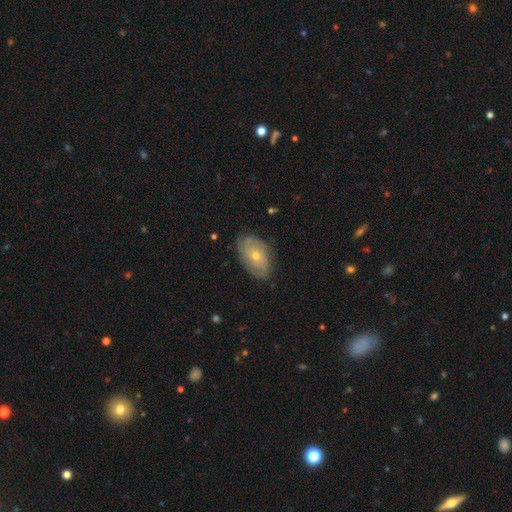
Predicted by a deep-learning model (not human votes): smooth_or_featured: featured or disk (p=0.61) [alt: smooth p=0.31]
disk_edge_on: no (p=0.93) [alt: yes p=0.07]
bar: no (p=0.80) [alt: weak p=0.17]
has_spiral_arms: yes (p=0.77) [alt: no p=0.23]
bulge_size: moderate (p=0.51) [alt: small p=0.46]
merging: none (p=0.79) [alt: minor disturbance p=0.16]